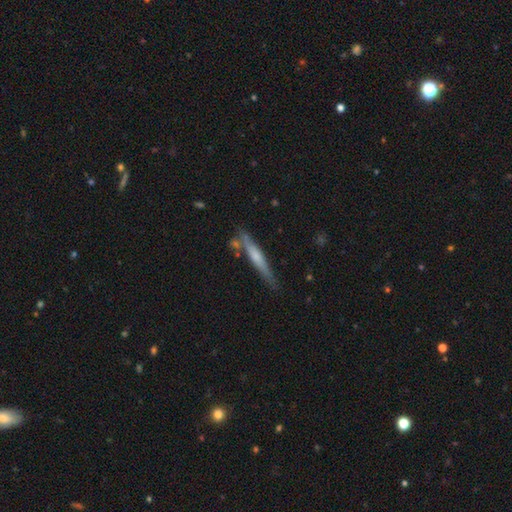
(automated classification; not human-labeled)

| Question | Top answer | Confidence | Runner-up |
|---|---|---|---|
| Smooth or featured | featured or disk | 47% | tied: smooth (47%) |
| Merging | none | 75% | minor disturbance (15%) |